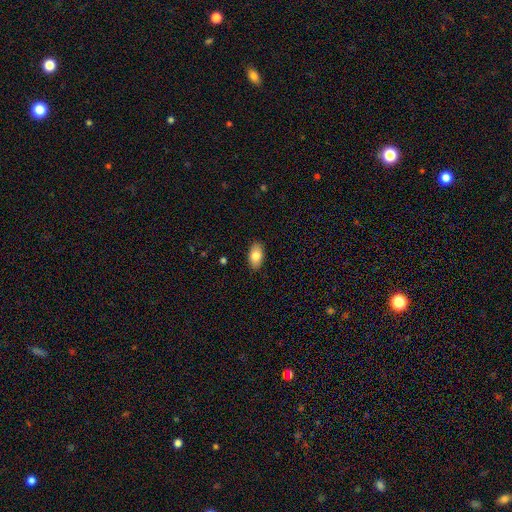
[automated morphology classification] The model was most divided on "smooth or featured": smooth: 82%, featured or disk: 11%, star or artifact: 7%. More confident: how rounded — in between (93%); merging — none (89%).